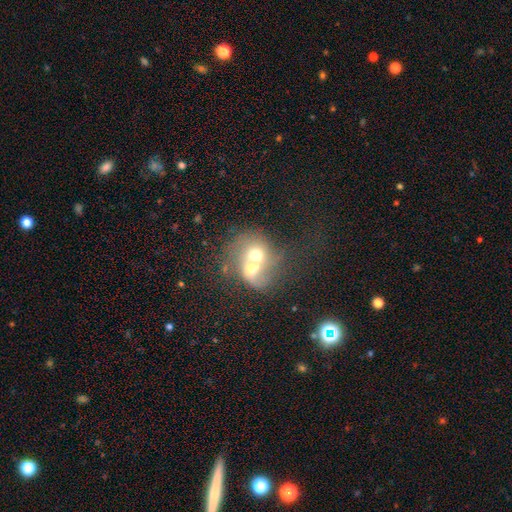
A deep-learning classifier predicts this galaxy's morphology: Smooth or featured?
  - featured or disk: 46% *
  - smooth: 42%
  - star or artifact: 13%
Merging?
  - merger: 76% *
  - none: 12%
  - major disturbance: 7%
  - minor disturbance: 5%